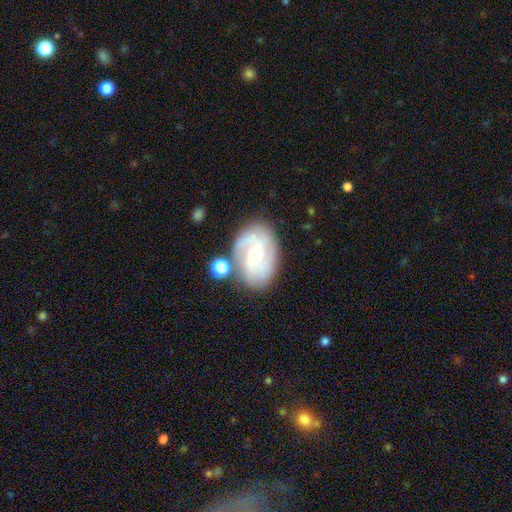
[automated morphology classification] A featured or disk galaxy (79%) with no bar (56%), 2 (37%) tight (47%) spiral arms (95%) and a small central bulge (61%).

Vote fractions:
- Smooth or featured? featured or disk: 79% / smooth: 15% / star or artifact: 7%
- Edge-on disk? no: 97% / yes: 3%
- Bar? no: 56% / weak: 38% / strong: 6%
- Spiral arms? yes: 95% / no: 5%
- Spiral winding? tight: 47% / medium: 41% / loose: 12%
- Spiral arm count? 2: 37% / 3: 27% / can't tell: 22% / 4: 6% / 1: 4% / more than 4: 4%
- Bulge size? small: 61% / moderate: 30% / none: 5% / large: 3% / dominant: 1%
- Merging? none: 70% / minor disturbance: 17% / merger: 7% / major disturbance: 6%